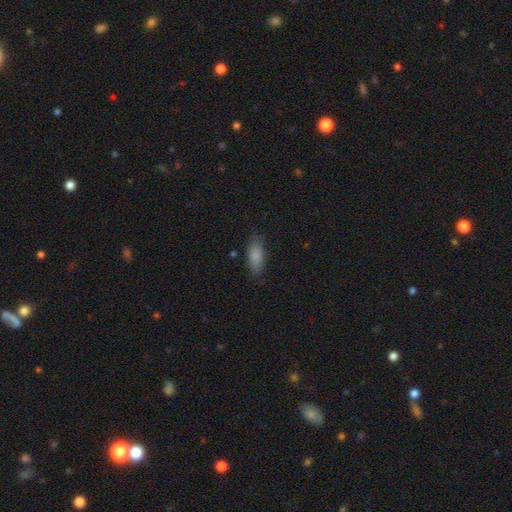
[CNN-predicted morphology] Smooth or featured? smooth (86%)
How rounded? in between (84%)
Merging? none (79%)